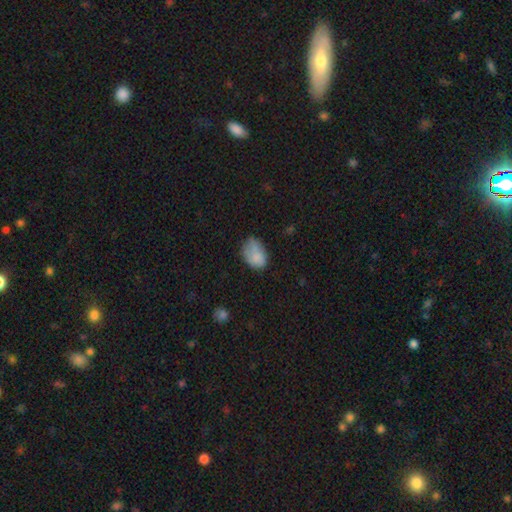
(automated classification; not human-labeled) Smooth or featured? Predicted: smooth (p=0.81). How rounded? Predicted: in between (p=0.82). Merging? Predicted: none (p=0.49).